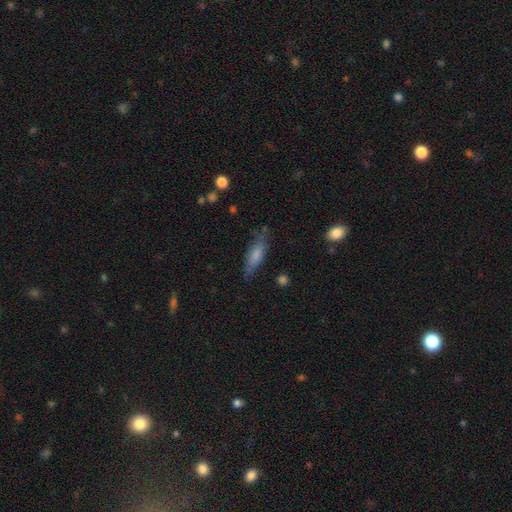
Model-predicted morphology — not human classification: Smooth or featured: smooth — 61% (featured or disk — 31%)
How rounded: cigar-shaped — 57% (in between — 40%)
Merging: none — 73% (minor disturbance — 20%)